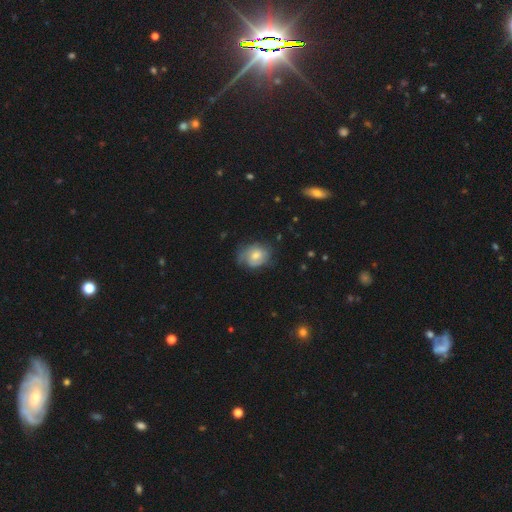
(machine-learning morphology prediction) The model was most divided on "smooth or featured": smooth: 50%, featured or disk: 42%, star or artifact: 8%. More confident: merging — none (59%); how rounded — in between (54%).